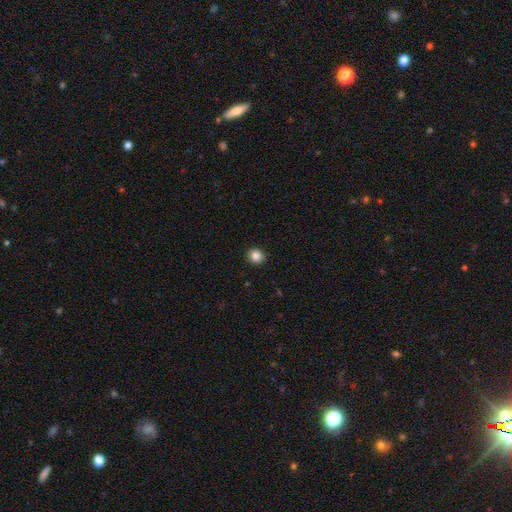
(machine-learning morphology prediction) Q: Smooth or featured?
A: smooth (87%); runner-up: star or artifact (10%)
Q: How rounded?
A: round (84%); runner-up: in between (15%)
Q: Merging?
A: none (92%); runner-up: minor disturbance (5%)